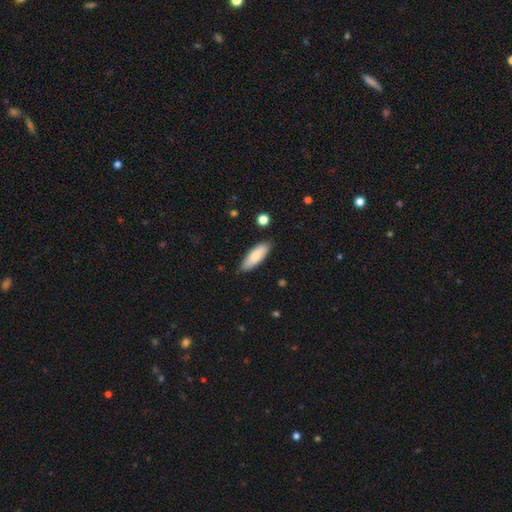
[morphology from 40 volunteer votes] This appears to be a smooth galaxy with no disk features (82%) that is in between round and cigar-shaped (73%). Merging: none (90%).